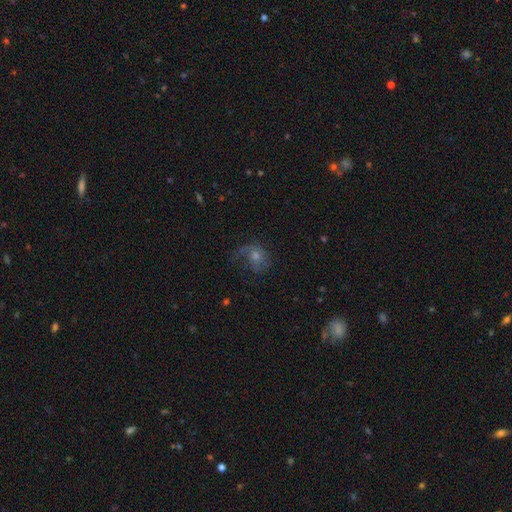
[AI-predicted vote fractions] This is possibly a featured or disk galaxy (57%). It is clearly not viewed edge-on (97%). Bar: likely no (76%). Spiral arm pattern: clearly yes (84%). Central bulge: possibly moderate (51%). Merging: possibly none (52%).